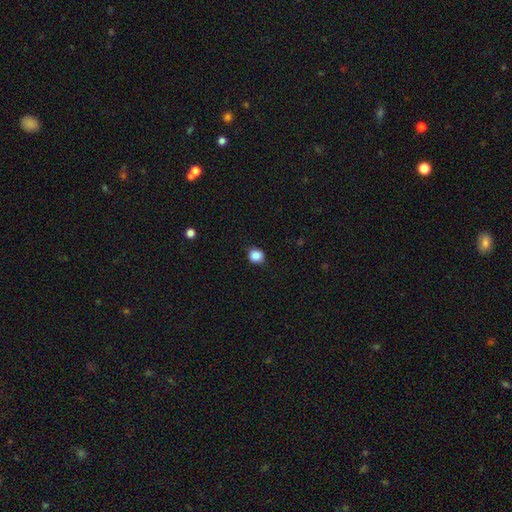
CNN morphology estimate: smooth_or_featured: smooth (p=0.87) [alt: star or artifact p=0.10]
how_rounded: round (p=0.75) [alt: in between p=0.24]
merging: none (p=0.82) [alt: minor disturbance p=0.14]